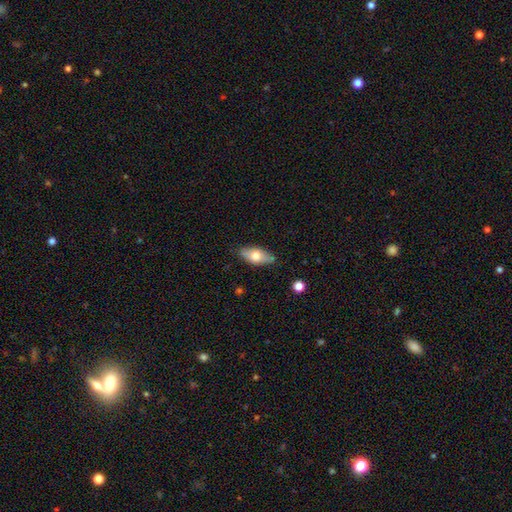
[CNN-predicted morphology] Smooth or featured: smooth — 67% (featured or disk — 27%)
How rounded: in between — 86% (cigar-shaped — 11%)
Merging: none — 79% (minor disturbance — 16%)